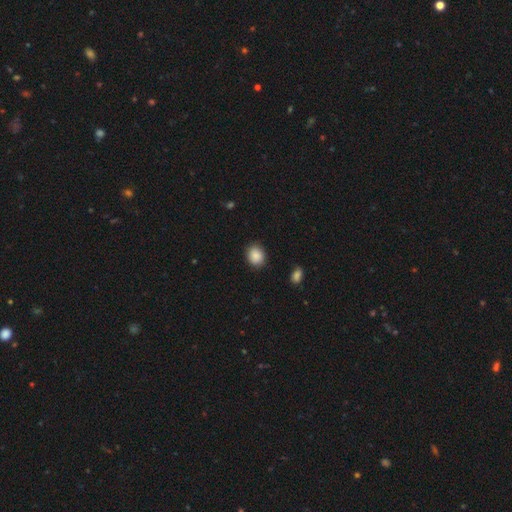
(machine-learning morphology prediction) Overall: smooth (88%). How rounded: round (65%; in between 34%). Merging: none (88%).